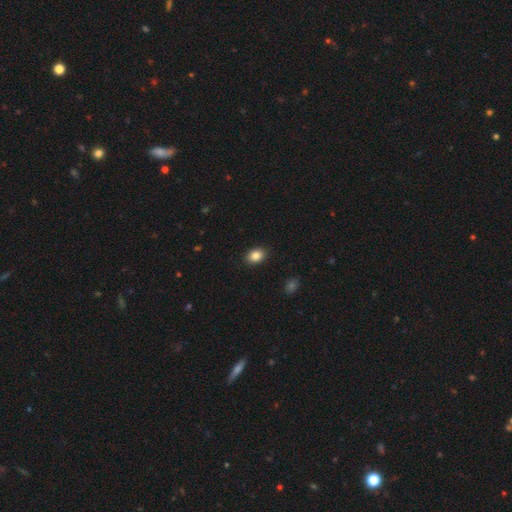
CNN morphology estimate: smooth-or-featured: smooth: 86% | star or artifact: 9% | featured or disk: 5%
  how-rounded: in between: 72% | round: 27% | cigar-shaped: 1%
  merging: none: 90% | minor disturbance: 7% | major disturbance: 2% | merger: 1%